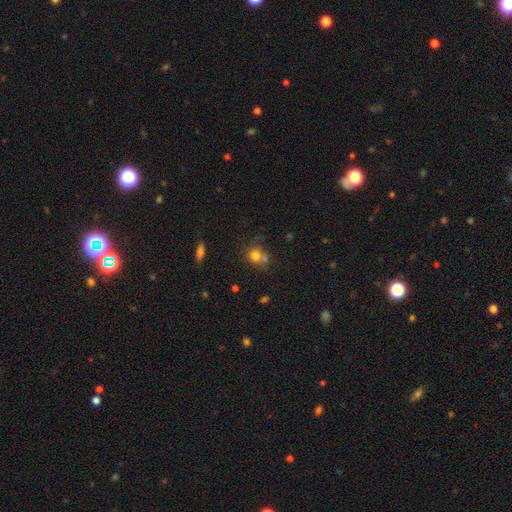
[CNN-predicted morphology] A smooth galaxy with no disk features (75%) that is round (79%). Merging: none (44%).